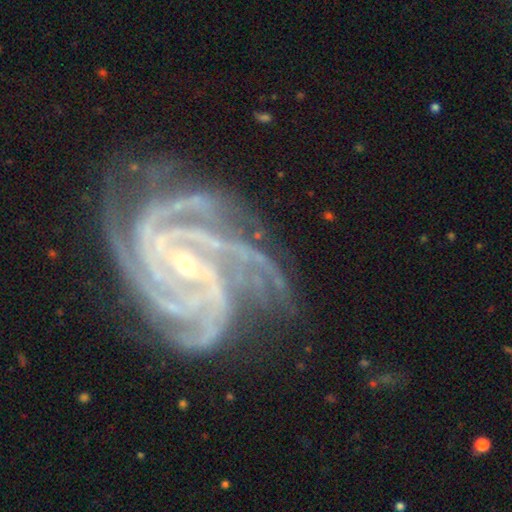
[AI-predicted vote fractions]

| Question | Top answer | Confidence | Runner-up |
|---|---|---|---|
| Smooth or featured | featured or disk | 93% | star or artifact (5%) |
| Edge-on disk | no | 98% | yes (2%) |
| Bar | weak | 37% | no (33%) |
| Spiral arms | yes | 99% | no (1%) |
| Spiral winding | tight | 68% | medium (28%) |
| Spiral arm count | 4 | 43% | more than 4 (22%) |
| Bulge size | small | 76% | moderate (21%) |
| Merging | none | 70% | minor disturbance (19%) |